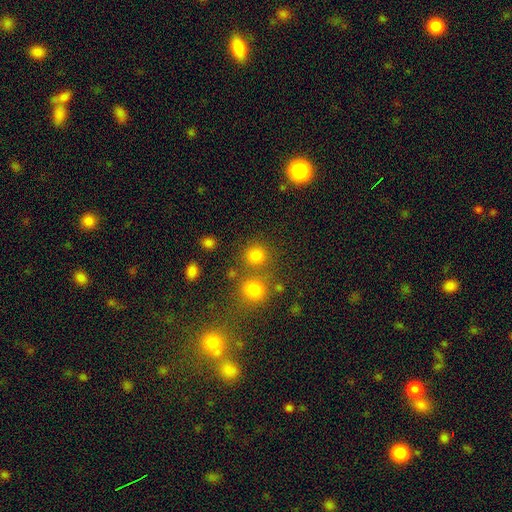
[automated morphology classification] smooth_or_featured: smooth (p=0.78) [alt: star or artifact p=0.16]
how_rounded: round (p=0.88) [alt: in between p=0.11]
merging: none (p=0.70) [alt: merger p=0.18]